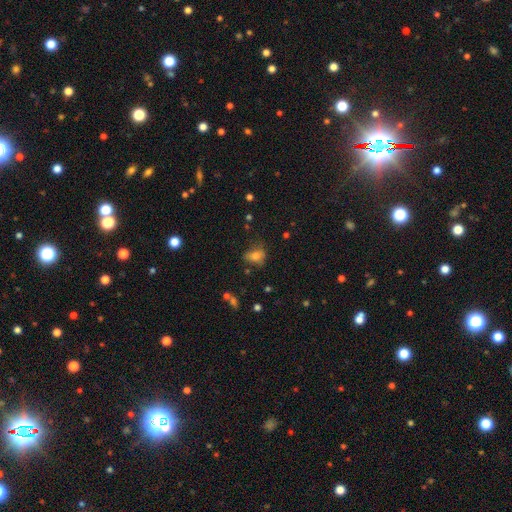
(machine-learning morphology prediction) Smooth or featured?
  - smooth: 70% *
  - featured or disk: 16%
  - star or artifact: 14%
How rounded?
  - in between: 64% *
  - round: 33%
  - cigar-shaped: 3%
Merging?
  - none: 52% *
  - minor disturbance: 28%
  - major disturbance: 16%
  - merger: 4%